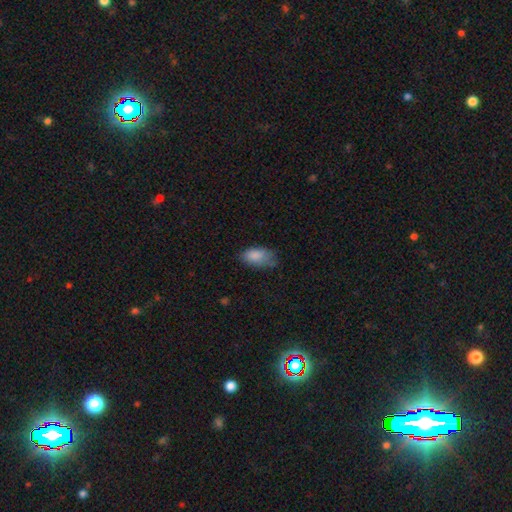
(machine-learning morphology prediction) Smooth or featured? Predicted: smooth (p=0.84). How rounded? Predicted: in between (p=0.93). Merging? Predicted: none (p=0.51).